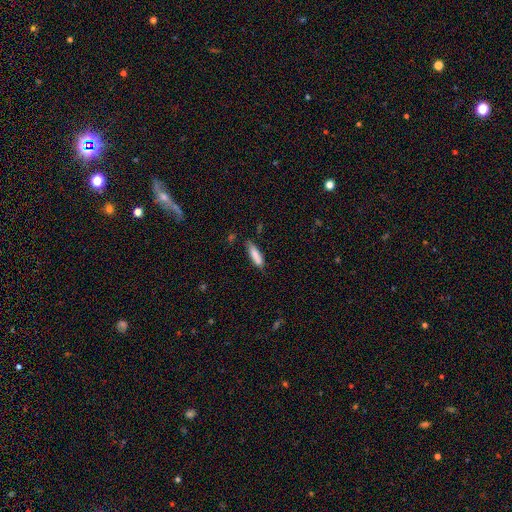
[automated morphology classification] Smooth or featured? Predicted: smooth (p=0.84). How rounded? Predicted: cigar-shaped (p=0.69). Merging? Predicted: none (p=0.69).